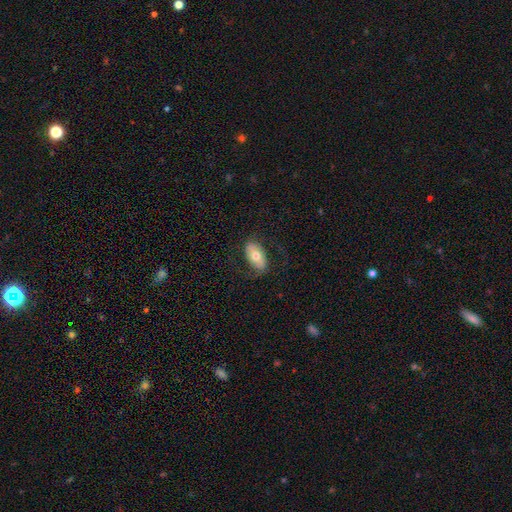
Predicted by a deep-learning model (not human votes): Smooth or featured? smooth (52%)
How rounded? in between (92%)
Merging? none (75%)